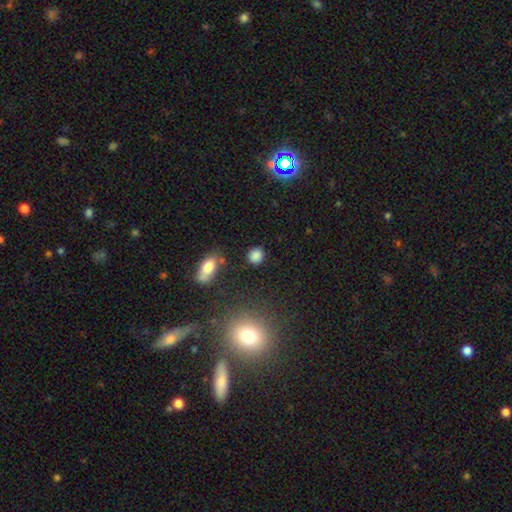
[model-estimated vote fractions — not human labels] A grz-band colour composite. It shows a smooth galaxy with no disk features (83%) that is round (83%). Merging: none (81%).